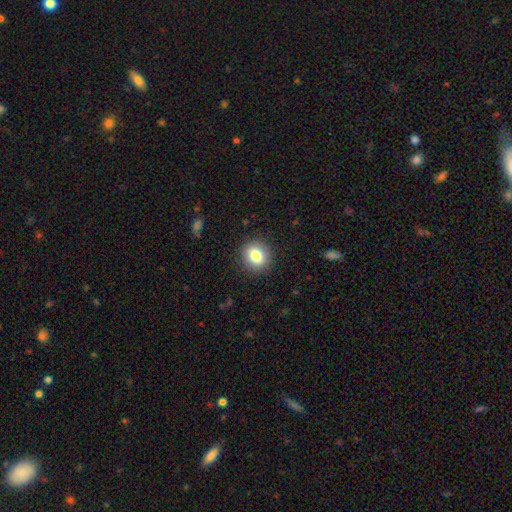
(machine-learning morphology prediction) A smooth galaxy with no disk features (80%) that is round (69%). Merging: none (89%).